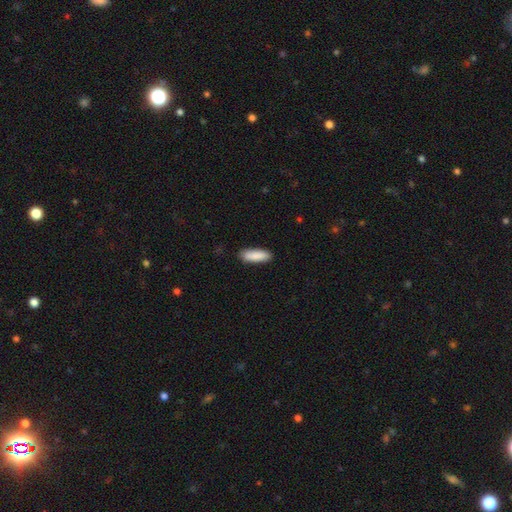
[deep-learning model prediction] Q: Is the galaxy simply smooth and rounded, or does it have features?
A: smooth — 89%.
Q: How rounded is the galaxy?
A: in between — 54%.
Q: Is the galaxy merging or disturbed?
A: none — 87%.